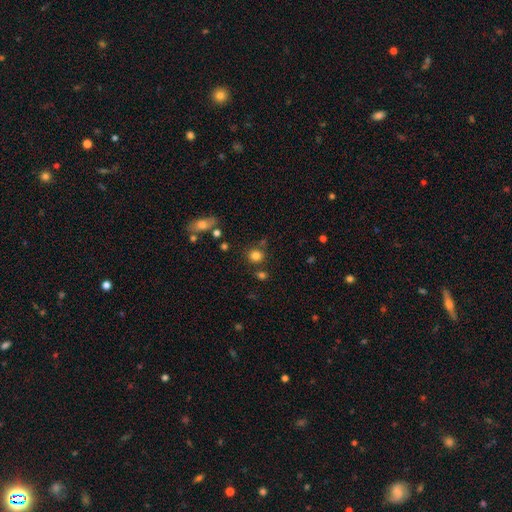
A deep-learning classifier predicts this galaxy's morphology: type=smooth (81%); roundness=round (85%); merging=none (77%).